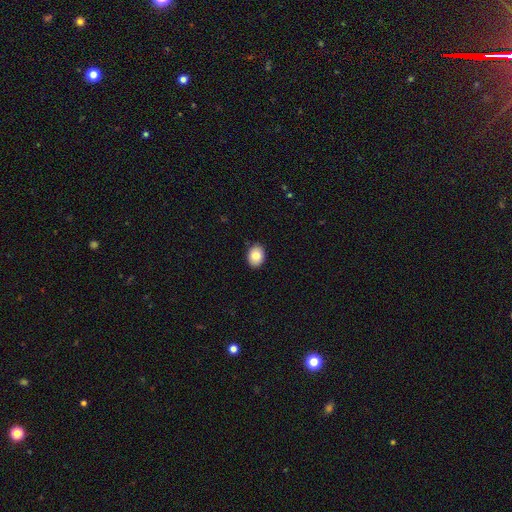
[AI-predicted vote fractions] This appears to be a smooth galaxy with no disk features (84%) that is in between round and cigar-shaped (67%). Merging: none (89%).